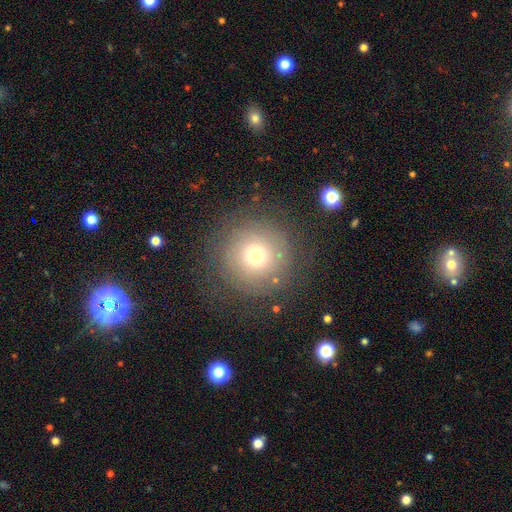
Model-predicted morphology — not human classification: Smooth or featured? smooth (57%)
How rounded? round (96%)
Merging? none (78%)